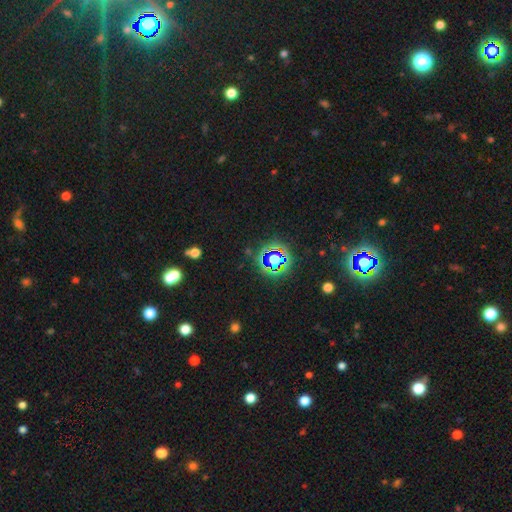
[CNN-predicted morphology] Smooth or featured?
  - star or artifact: 80% *
  - smooth: 13%
  - featured or disk: 7%